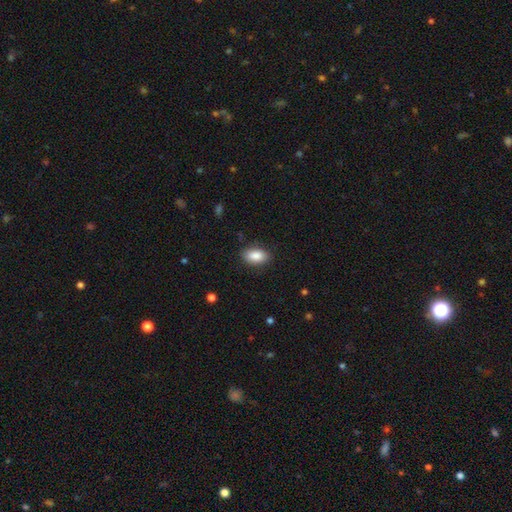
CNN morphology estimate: Q: Smooth or featured?
A: smooth (88%); runner-up: star or artifact (7%)
Q: How rounded?
A: in between (91%); runner-up: round (6%)
Q: Merging?
A: none (86%); runner-up: minor disturbance (10%)